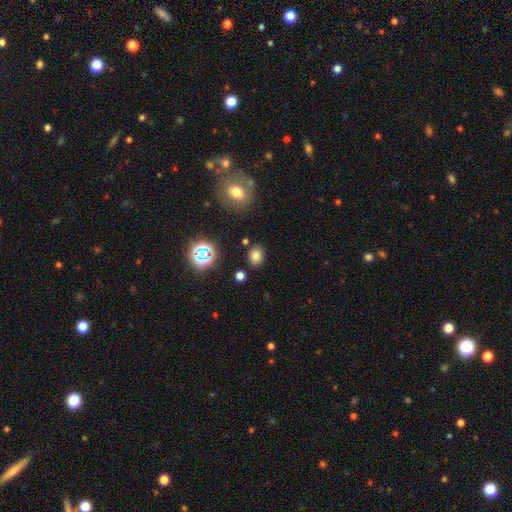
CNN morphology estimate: A smooth galaxy with no disk features (75%) that is round (52%). Merging: none (85%).